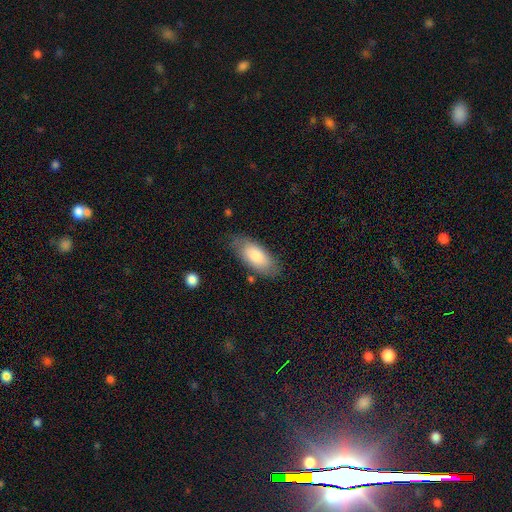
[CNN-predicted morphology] Smooth or featured?
  - smooth: 77% *
  - featured or disk: 17%
  - star or artifact: 6%
How rounded?
  - in between: 87% *
  - cigar-shaped: 11%
  - round: 2%
Merging?
  - none: 77% *
  - minor disturbance: 17%
  - major disturbance: 4%
  - merger: 2%